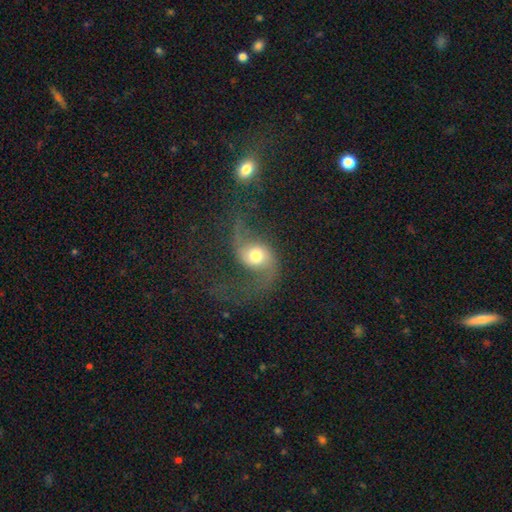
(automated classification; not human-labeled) Overall: featured or disk (80%). Edge-on disk: no (97%). Bar: no (63%; weak 27%). Spiral arms: yes (94%). Spiral arm count: 2 (91%). Spiral winding: loose (80%). Bulge size: moderate (63%). Merging: none (55%; major disturbance 25%).